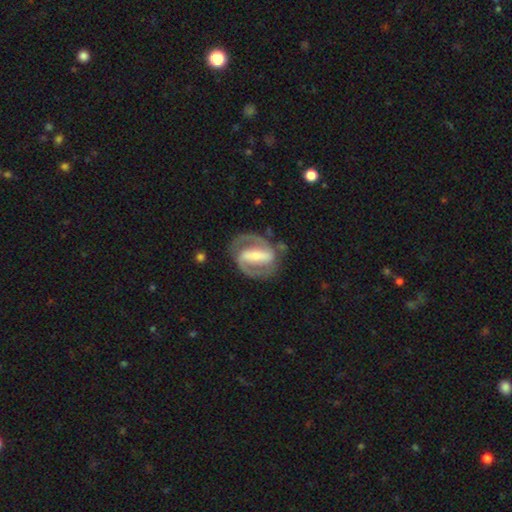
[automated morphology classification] Smooth or featured: featured or disk — 88% (smooth — 8%)
Edge-on disk: no — 97% (yes — 3%)
Bar: strong — 73% (weak — 19%)
Spiral arms: yes — 93% (no — 7%)
Spiral winding: medium — 51% (tight — 35%)
Spiral arm count: 2 — 91% (can't tell — 3%)
Bulge size: small — 53% (moderate — 37%)
Merging: none — 78% (minor disturbance — 13%)